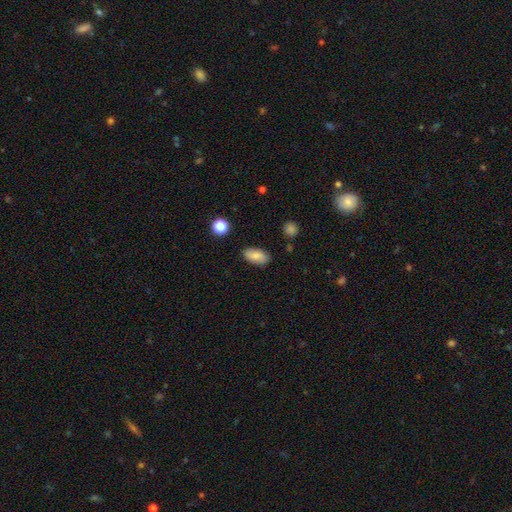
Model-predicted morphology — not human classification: Overall: smooth (81%). How rounded: in between (92%). Merging: none (84%).